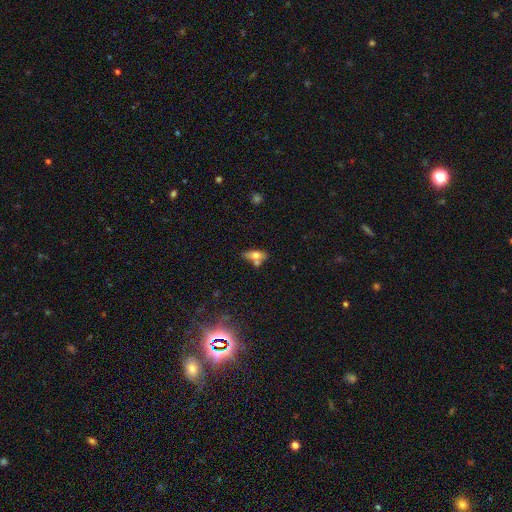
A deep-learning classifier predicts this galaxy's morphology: This appears to be a smooth galaxy with no disk features (63%) that is in between round and cigar-shaped (77%). Merging: none (52%).